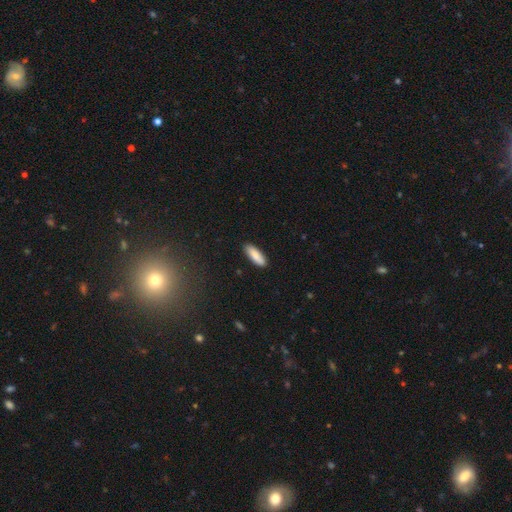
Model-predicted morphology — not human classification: Smooth or featured?
  - smooth: 86% *
  - featured or disk: 8%
  - star or artifact: 6%
How rounded?
  - in between: 55% *
  - cigar-shaped: 43%
  - round: 2%
Merging?
  - none: 88% *
  - minor disturbance: 9%
  - major disturbance: 2%
  - merger: 1%